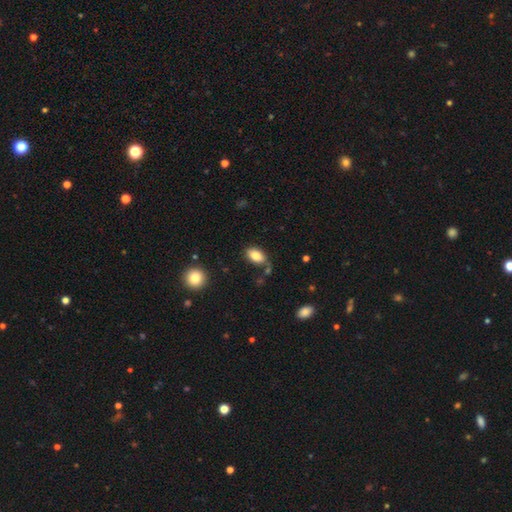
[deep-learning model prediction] Smooth or featured?
  - smooth: 83% *
  - featured or disk: 10%
  - star or artifact: 8%
How rounded?
  - in between: 91% *
  - round: 7%
  - cigar-shaped: 2%
Merging?
  - none: 69% *
  - minor disturbance: 18%
  - merger: 7%
  - major disturbance: 5%